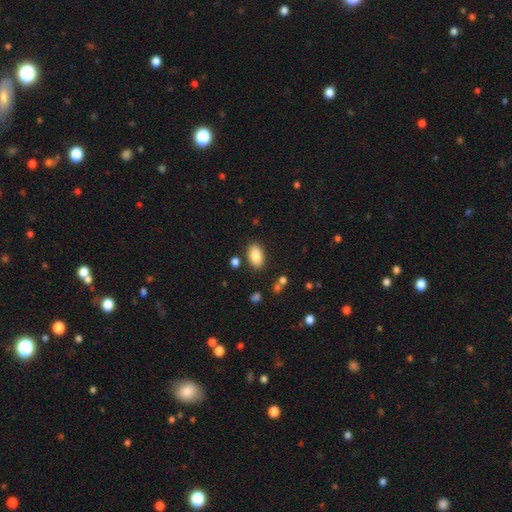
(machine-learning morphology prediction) Overall: smooth (86%). How rounded: in between (92%). Merging: none (84%).